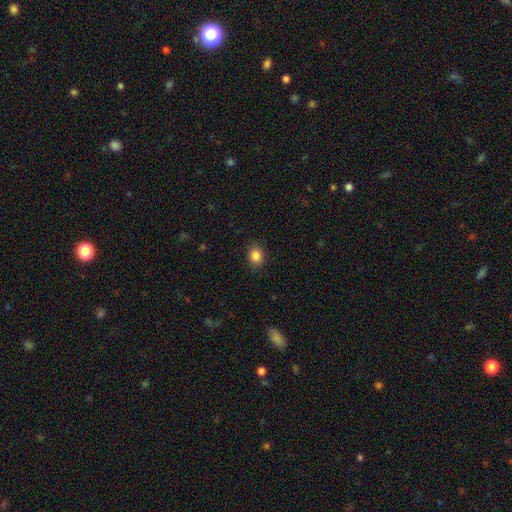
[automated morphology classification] type=smooth (85%); roundness=round (57%); merging=none (88%).